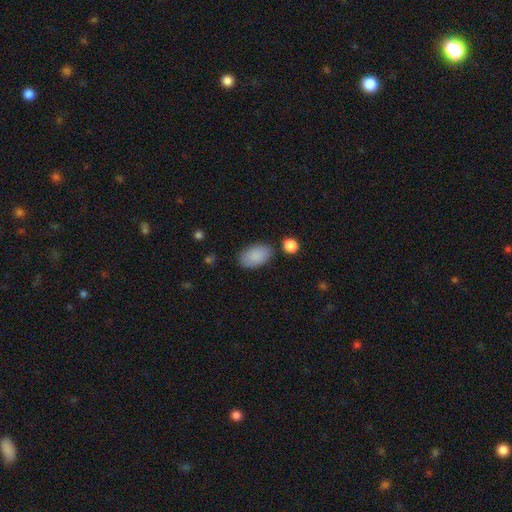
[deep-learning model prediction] smooth_or_featured: smooth (p=0.89) [alt: star or artifact p=0.06]
how_rounded: in between (p=0.94) [alt: round p=0.05]
merging: none (p=0.81) [alt: minor disturbance p=0.12]